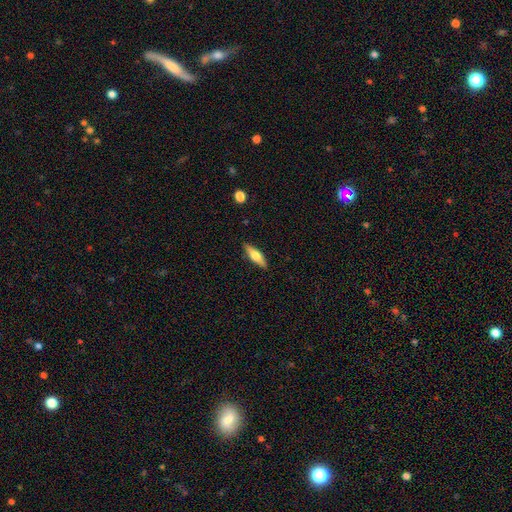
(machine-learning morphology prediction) A smooth galaxy with no disk features (52%) that is cigar-shaped (55%).

Vote fractions:
- Smooth or featured? smooth: 52% / featured or disk: 42% / star or artifact: 6%
- How rounded? cigar-shaped: 55% / in between: 43% / round: 2%
- Merging? none: 88% / minor disturbance: 9% / major disturbance: 2% / merger: 1%